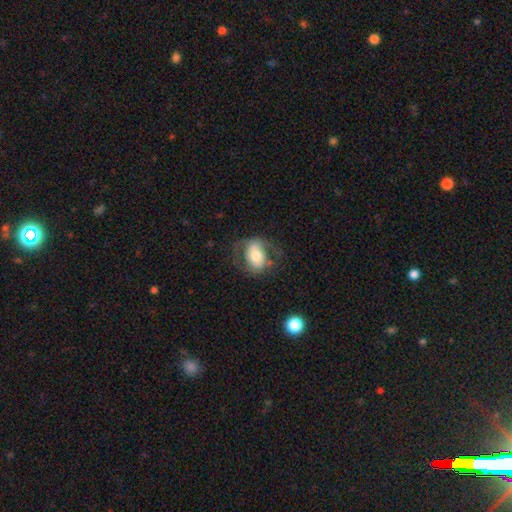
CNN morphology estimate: smooth_or_featured: featured or disk (p=0.48) [alt: smooth p=0.44]
merging: none (p=0.59) [alt: minor disturbance p=0.21]